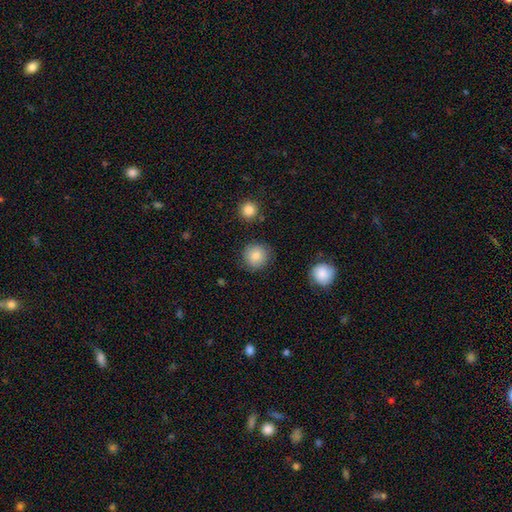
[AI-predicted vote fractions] Smooth or featured? smooth (84%)
How rounded? round (93%)
Merging? none (86%)